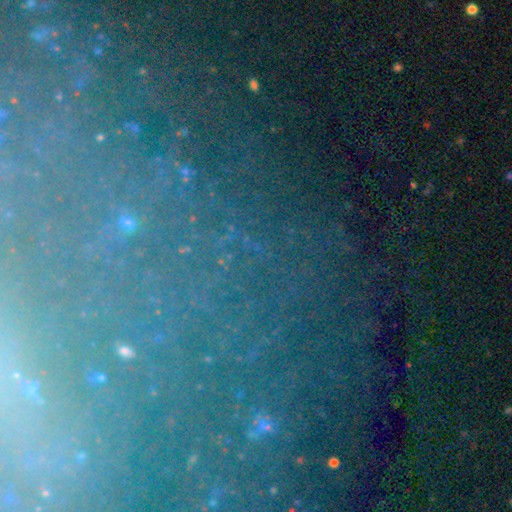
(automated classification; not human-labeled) Morphology: type=star or artifact (65%).